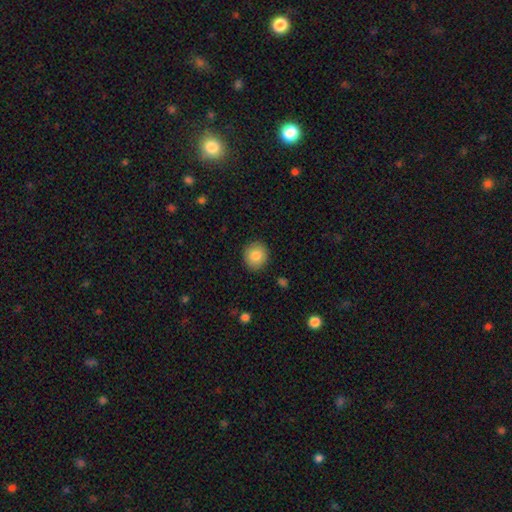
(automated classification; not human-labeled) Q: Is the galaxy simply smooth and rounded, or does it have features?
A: smooth — 84%.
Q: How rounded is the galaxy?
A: round — 85%.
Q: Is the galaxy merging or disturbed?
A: none — 90%.